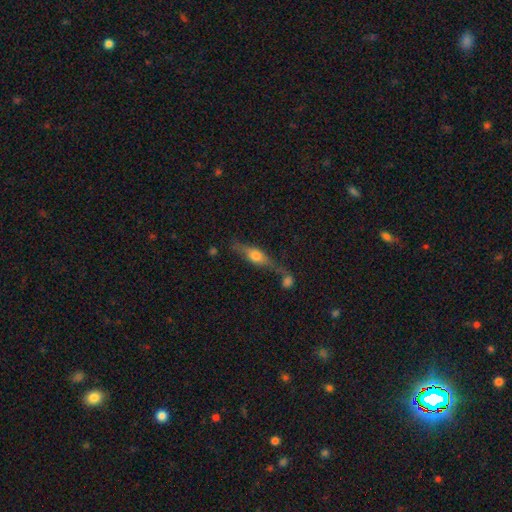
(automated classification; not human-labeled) Overall: featured or disk (57%; smooth 35%). Edge-on disk: yes (86%). Merging: none (57%; merger 18%).